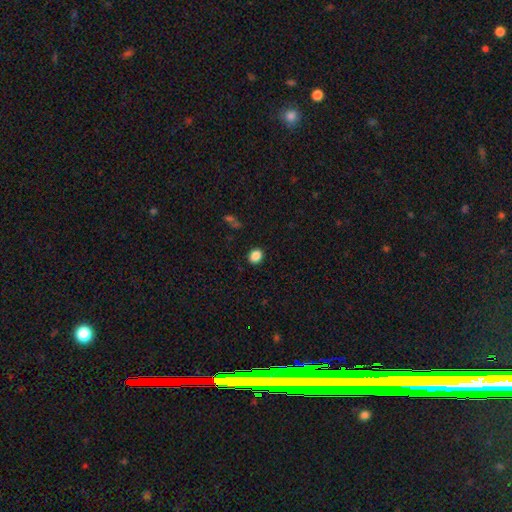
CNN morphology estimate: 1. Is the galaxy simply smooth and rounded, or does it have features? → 86% smooth, 10% star or artifact, 4% featured or disk.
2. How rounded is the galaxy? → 59% round, 40% in between, 1% cigar-shaped.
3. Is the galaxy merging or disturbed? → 90% none, 7% minor disturbance, 2% major disturbance, 1% merger.